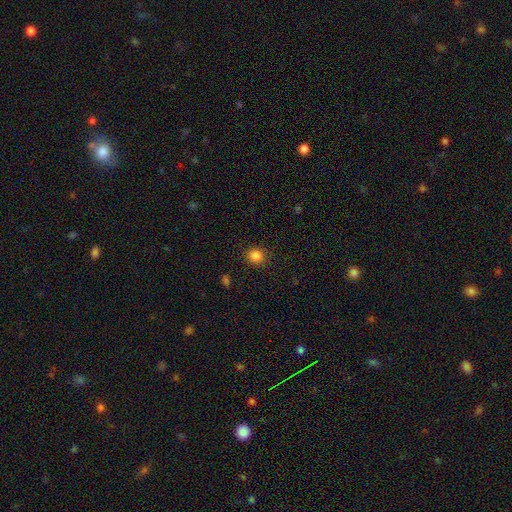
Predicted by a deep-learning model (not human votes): Smooth or featured? smooth (84%)
How rounded? round (87%)
Merging? none (89%)